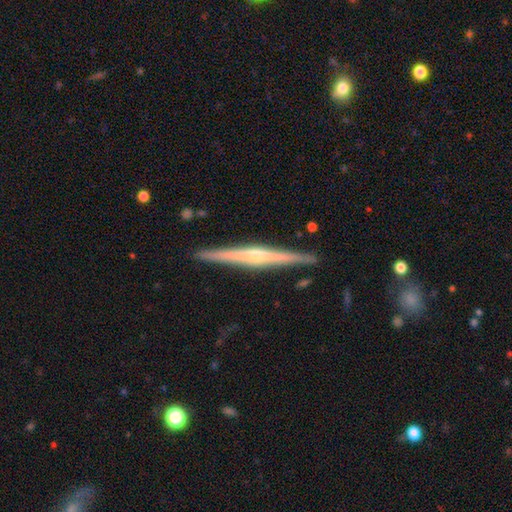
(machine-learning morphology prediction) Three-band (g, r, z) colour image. It shows a featured or disk galaxy (77%) viewed edge-on (98%) with a rounded central bulge (68%). Merging: none (91%).